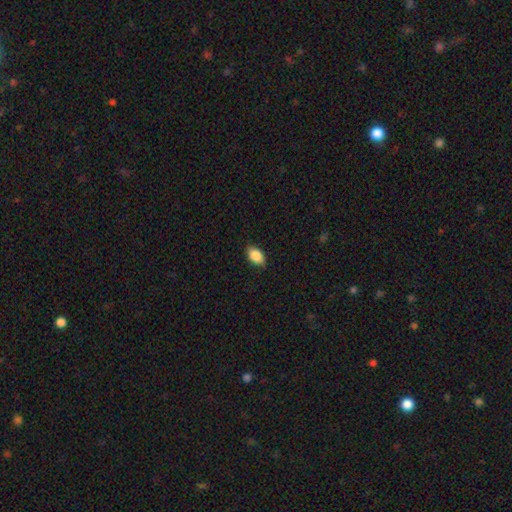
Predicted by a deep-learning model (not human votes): smooth_or_featured: smooth (p=0.87) [alt: star or artifact p=0.07]
how_rounded: in between (p=0.89) [alt: round p=0.09]
merging: none (p=0.85) [alt: minor disturbance p=0.12]